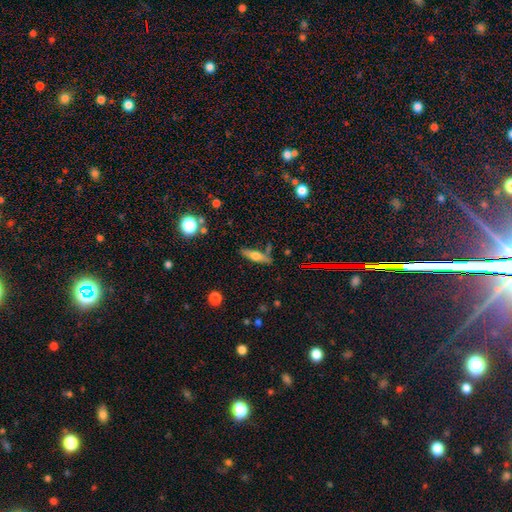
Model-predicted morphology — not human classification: Smooth or featured: smooth — 49% (featured or disk — 42%)
Merging: none — 75% (minor disturbance — 14%)